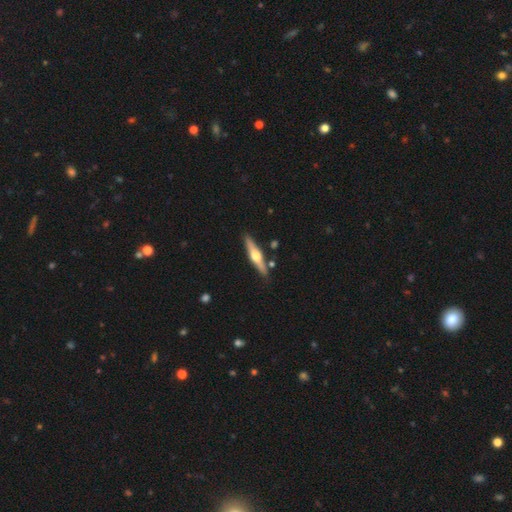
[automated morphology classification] This is likely a featured or disk galaxy (70%). It is clearly viewed edge-on (97%). Edge-on bulge: clearly rounded (95%). Merging: clearly none (85%).